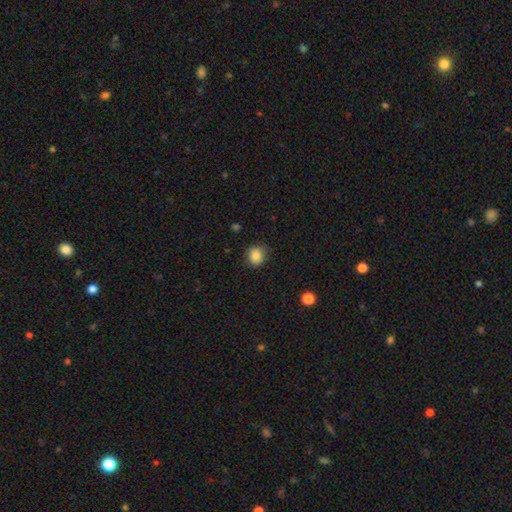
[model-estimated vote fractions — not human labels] Smooth or featured: smooth — 85% (star or artifact — 10%)
How rounded: round — 77% (in between — 22%)
Merging: none — 80% (minor disturbance — 15%)